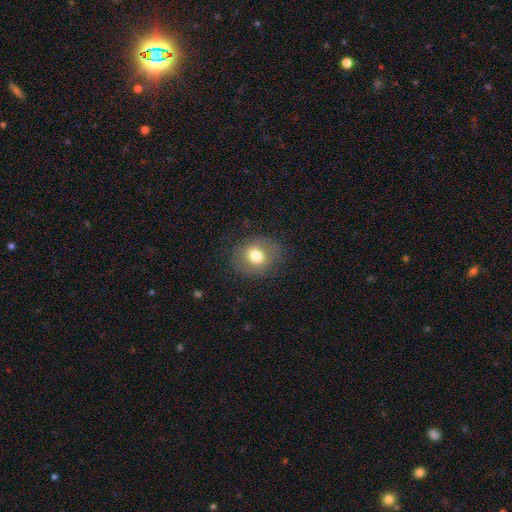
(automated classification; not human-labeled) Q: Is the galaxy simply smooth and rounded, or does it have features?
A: smooth — 70%.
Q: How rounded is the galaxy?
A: round — 62%.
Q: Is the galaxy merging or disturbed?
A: none — 80%.